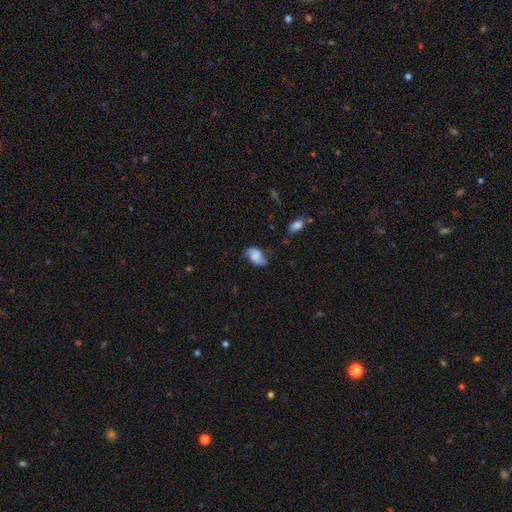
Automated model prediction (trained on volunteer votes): Overall: featured or disk (48%; smooth 43%). Merging: none (60%; minor disturbance 26%).